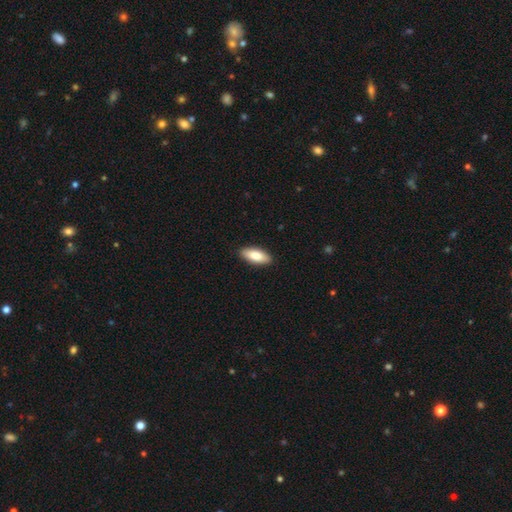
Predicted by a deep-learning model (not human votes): The model was most divided on "how rounded": in between: 79%, cigar-shaped: 19%, round: 2%. More confident: merging — none (90%); smooth or featured — smooth (83%).